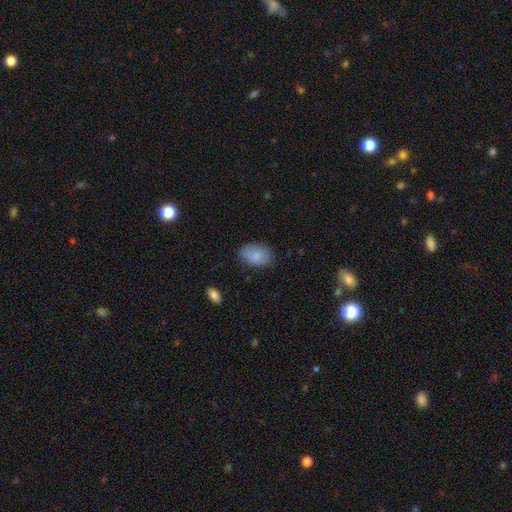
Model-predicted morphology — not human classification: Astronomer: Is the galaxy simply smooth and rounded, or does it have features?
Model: smooth — 84%.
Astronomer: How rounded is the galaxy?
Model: in between — 87%.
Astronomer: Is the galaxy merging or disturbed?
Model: none — 73%.